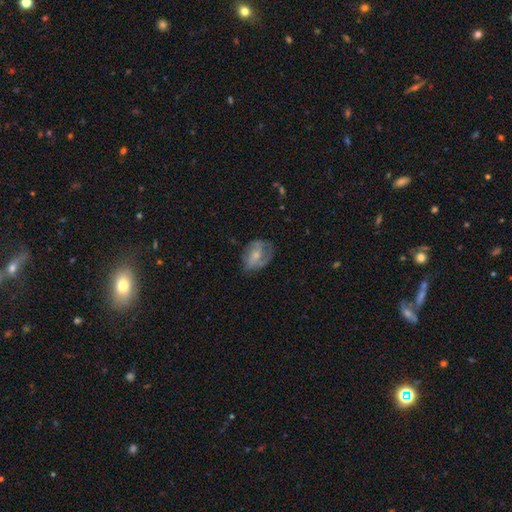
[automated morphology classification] smooth-or-featured: featured or disk: 52% | smooth: 41% | star or artifact: 7%
  disk-edge-on: no: 96% | yes: 4%
  merging: none: 55% | minor disturbance: 27% | major disturbance: 16% | merger: 2%